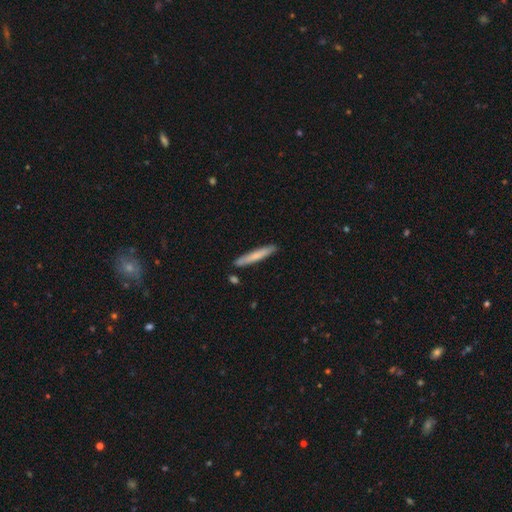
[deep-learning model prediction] smooth_or_featured: smooth (p=0.71) [alt: featured or disk p=0.23]
how_rounded: cigar-shaped (p=0.95) [alt: in between p=0.04]
merging: none (p=0.87) [alt: minor disturbance p=0.09]